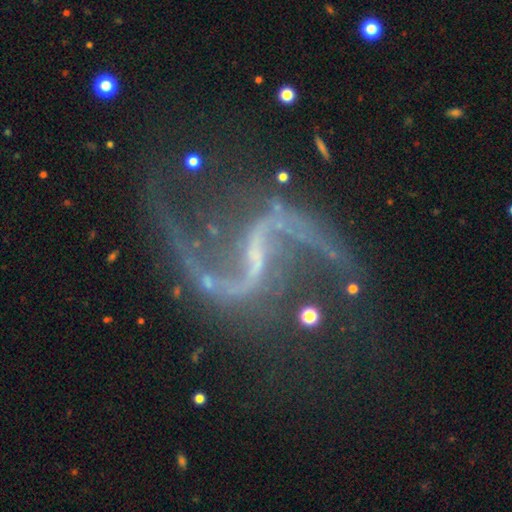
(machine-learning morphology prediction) This appears to be a featured or disk galaxy (93%) with a weak bar (44%), 2 (94%) loose (86%) spiral arms (98%) and a small central bulge (53%). Merging: none (69%).